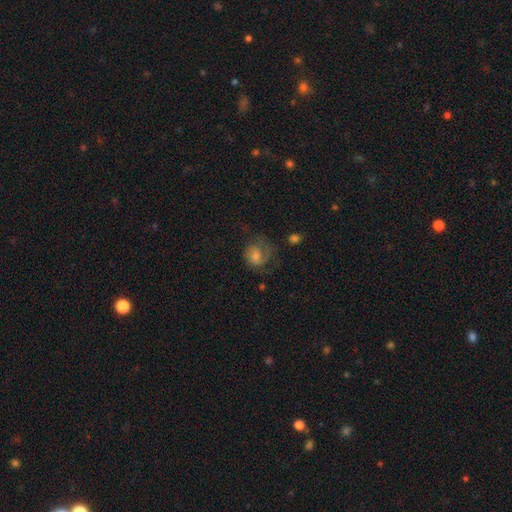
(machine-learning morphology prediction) Smooth or featured?
  - featured or disk: 47% *
  - smooth: 37%
  - star or artifact: 15%
Merging?
  - none: 52% *
  - major disturbance: 25%
  - minor disturbance: 21%
  - merger: 2%